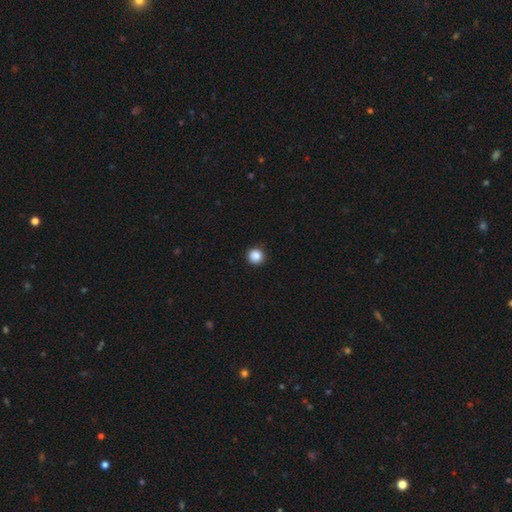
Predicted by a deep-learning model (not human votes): smooth-or-featured: smooth: 87% | star or artifact: 10% | featured or disk: 3%
  how-rounded: round: 95% | in between: 4% | cigar-shaped: 1%
  merging: none: 93% | minor disturbance: 5% | major disturbance: 1% | merger: 1%